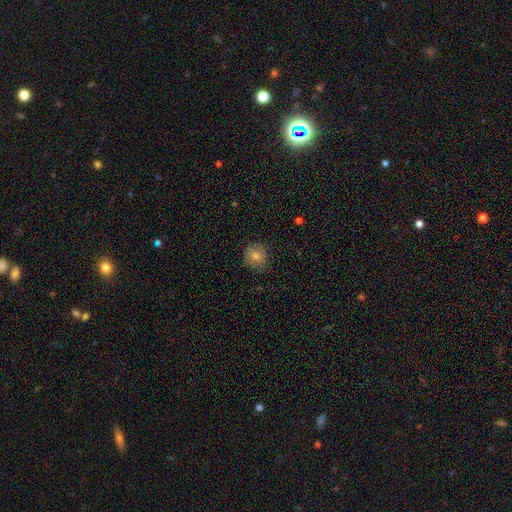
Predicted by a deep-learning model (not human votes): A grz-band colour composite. It shows a smooth galaxy with no disk features (80%) that is round (83%). Merging: none (83%).